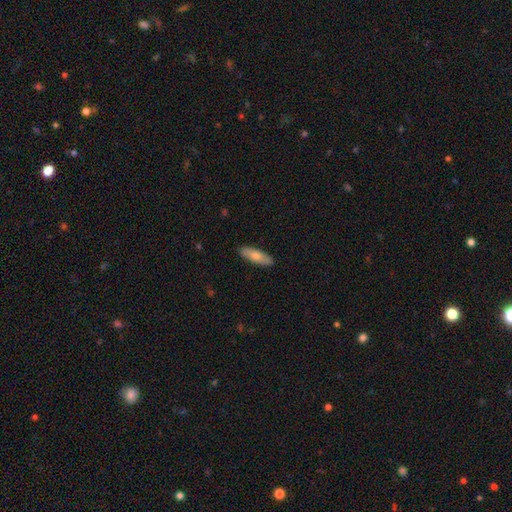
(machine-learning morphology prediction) type=smooth (71%); roundness=in between (52%); merging=none (89%).